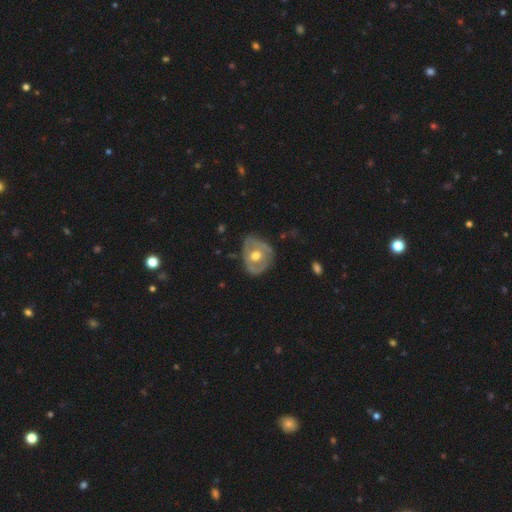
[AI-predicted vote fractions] Smooth or featured?
  - featured or disk: 64% *
  - smooth: 30%
  - star or artifact: 6%
Edge-on disk?
  - no: 95% *
  - yes: 5%
Bar?
  - no: 75% *
  - weak: 19%
  - strong: 5%
Spiral arms?
  - no: 52% *
  - yes: 48%
Bulge size?
  - moderate: 77% *
  - large: 10%
  - small: 10%
  - none: 1%
  - dominant: 1%
Merging?
  - none: 60% *
  - minor disturbance: 28%
  - major disturbance: 11%
  - merger: 2%